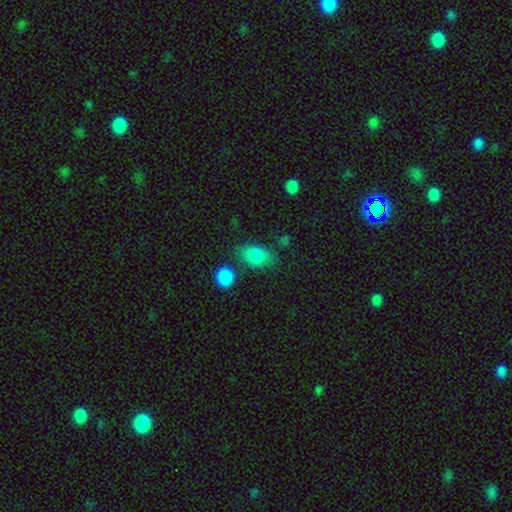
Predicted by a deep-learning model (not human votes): A smooth galaxy with no disk features (82%) that is in between round and cigar-shaped (87%). Merging: none (66%).